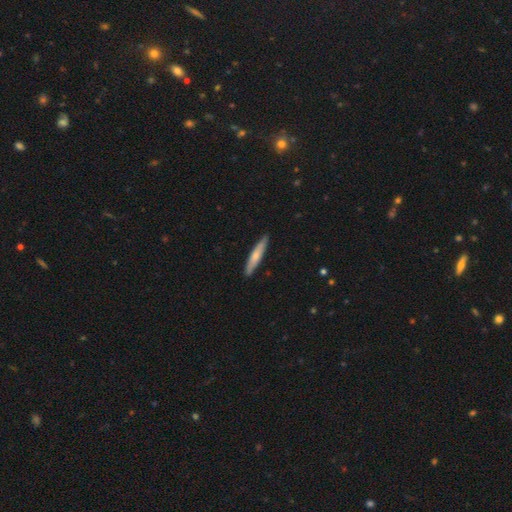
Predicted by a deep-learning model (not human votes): smooth 65%, featured or disk 30%, star or artifact 5%. Down the decision tree: how rounded — cigar-shaped (91%); merging — none (89%).